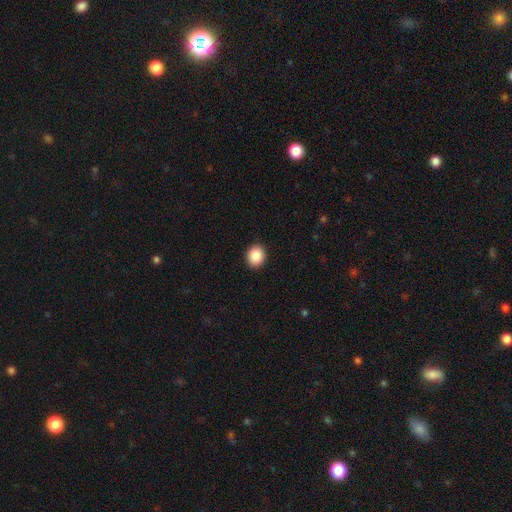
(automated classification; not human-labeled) Morphology: type=smooth (88%); roundness=round (64%); merging=none (92%).